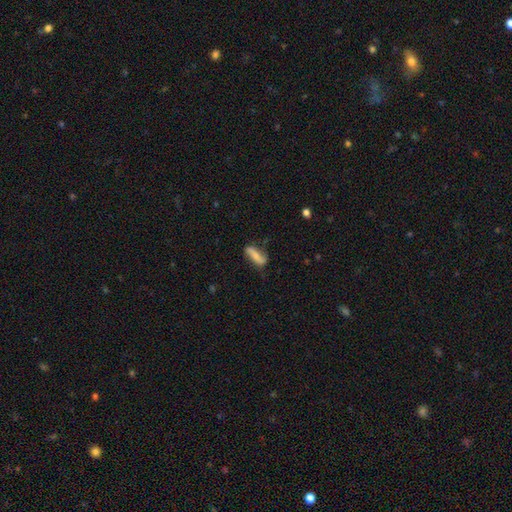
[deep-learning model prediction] A smooth galaxy with no disk features (58%) that is cigar-shaped (49%). Merging: none (64%).